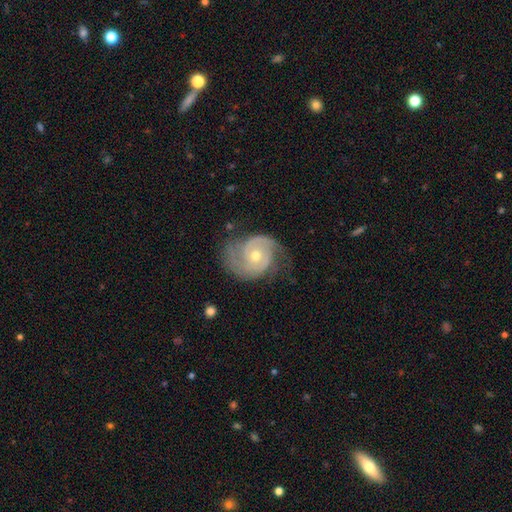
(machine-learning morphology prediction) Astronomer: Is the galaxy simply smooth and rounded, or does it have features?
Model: featured or disk — 87%.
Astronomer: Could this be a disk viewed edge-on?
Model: no — 97%.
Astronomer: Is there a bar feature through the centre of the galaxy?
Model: no — 72%.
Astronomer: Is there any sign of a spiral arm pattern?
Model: yes — 96%.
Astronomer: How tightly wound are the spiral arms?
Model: tight — 48% (runner-up: medium, 40%).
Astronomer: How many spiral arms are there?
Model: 2 — 75%.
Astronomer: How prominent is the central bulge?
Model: moderate — 58% (runner-up: small, 39%).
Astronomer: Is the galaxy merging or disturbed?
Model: none — 65%.